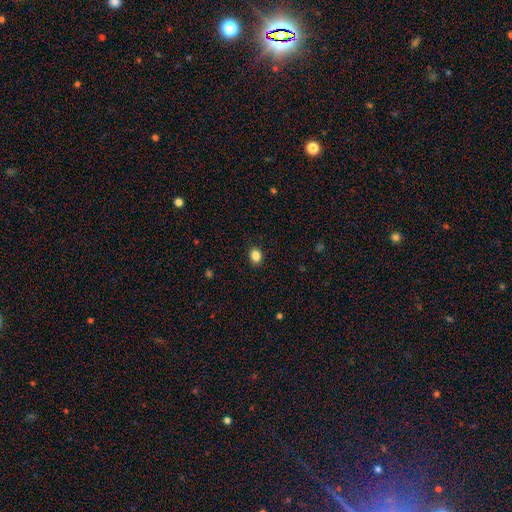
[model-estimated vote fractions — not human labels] The model was most divided on "how rounded": in between: 50%, round: 49%, cigar-shaped: 1%. More confident: merging — none (90%); smooth or featured — smooth (86%).